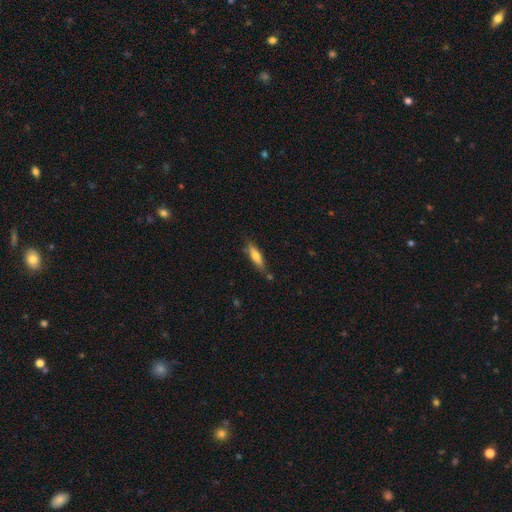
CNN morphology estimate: The model was most divided on "how rounded": cigar-shaped: 66%, in between: 33%, round: 2%. More confident: merging — none (70%); smooth or featured — smooth (66%).